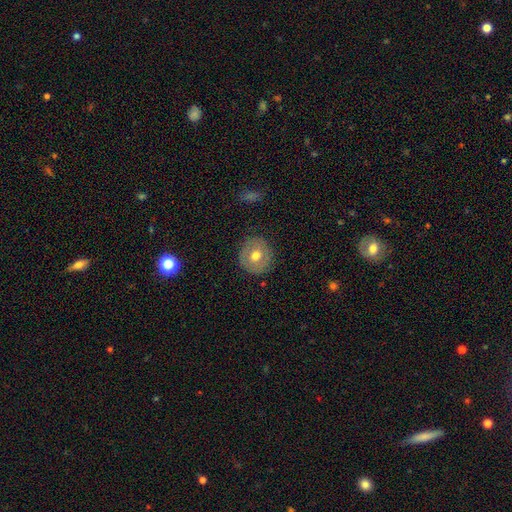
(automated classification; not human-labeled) smooth 60%, featured or disk 33%, star or artifact 8%. Down the decision tree: how rounded — round (90%); merging — none (85%).